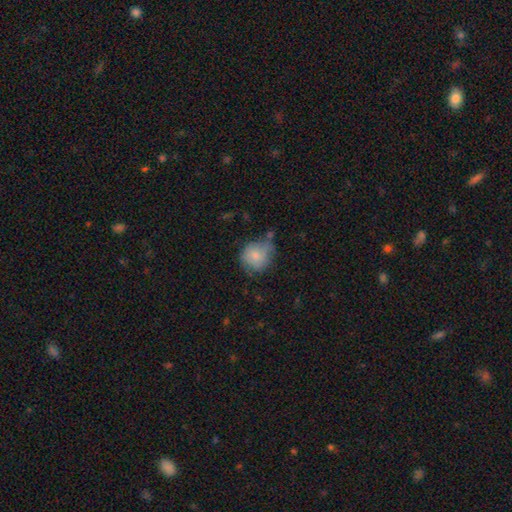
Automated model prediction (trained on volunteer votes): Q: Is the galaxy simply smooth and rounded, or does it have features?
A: smooth — 79%.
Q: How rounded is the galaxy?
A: round — 84%.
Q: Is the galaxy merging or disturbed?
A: none — 51%.